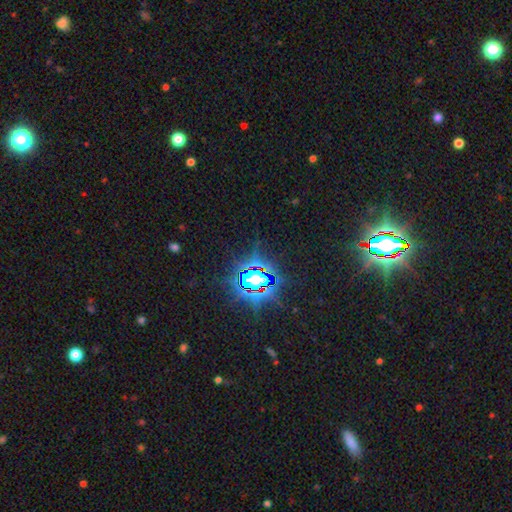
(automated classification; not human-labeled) A star or artifact, not a galaxy (83%).